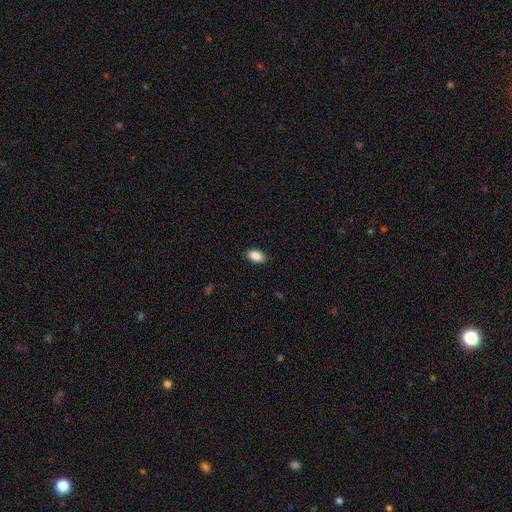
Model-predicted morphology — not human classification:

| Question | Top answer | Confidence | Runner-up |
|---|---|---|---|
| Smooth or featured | smooth | 89% | star or artifact (7%) |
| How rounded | in between | 93% | round (5%) |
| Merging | none | 89% | minor disturbance (8%) |